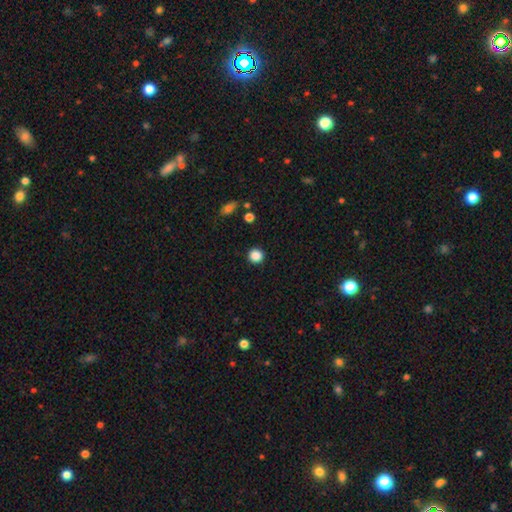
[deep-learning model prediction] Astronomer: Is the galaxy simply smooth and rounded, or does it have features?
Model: smooth — 87%.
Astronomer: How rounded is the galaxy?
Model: round — 93%.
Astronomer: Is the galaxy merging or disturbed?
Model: none — 91%.